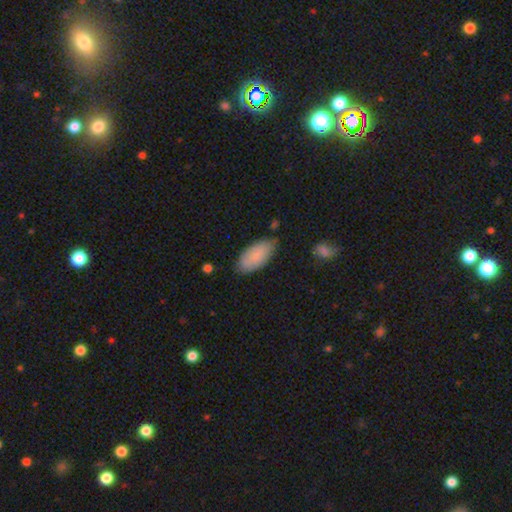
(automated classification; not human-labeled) Smooth or featured?
  - smooth: 84% *
  - featured or disk: 10%
  - star or artifact: 6%
How rounded?
  - in between: 92% *
  - cigar-shaped: 7%
  - round: 2%
Merging?
  - none: 74% *
  - minor disturbance: 20%
  - major disturbance: 3%
  - merger: 3%